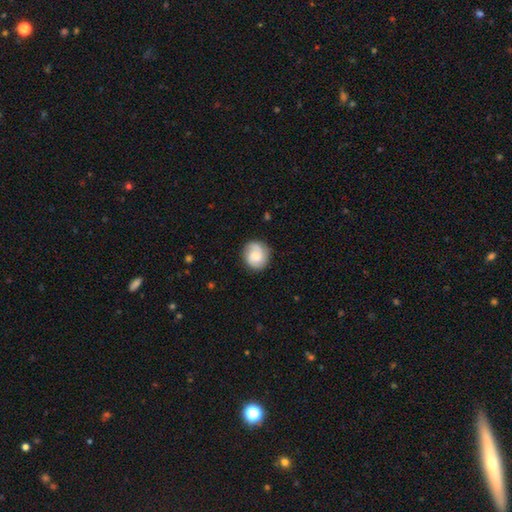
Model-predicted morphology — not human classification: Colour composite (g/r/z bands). It shows a smooth galaxy with no disk features (55%) that is round (83%). Merging: none (81%).